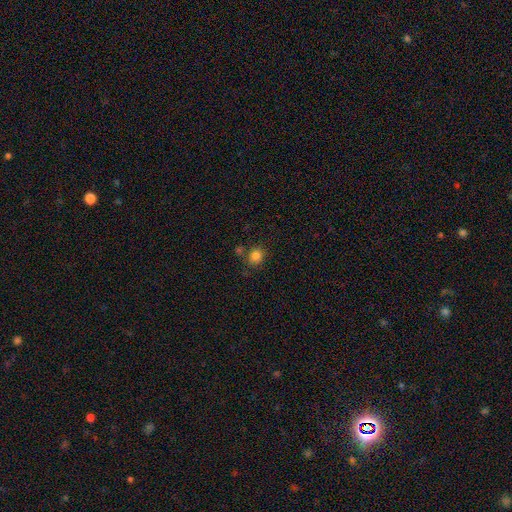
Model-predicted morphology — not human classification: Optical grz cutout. It shows a smooth galaxy with no disk features (82%) that is round (70%). Merging: none (74%).